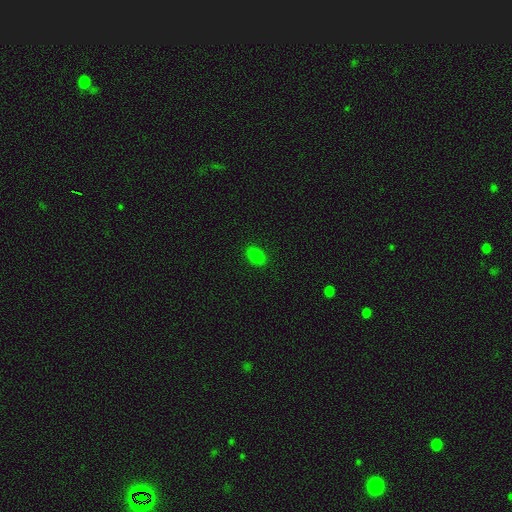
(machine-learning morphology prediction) Overall: smooth (80%). How rounded: in between (80%). Merging: none (87%).